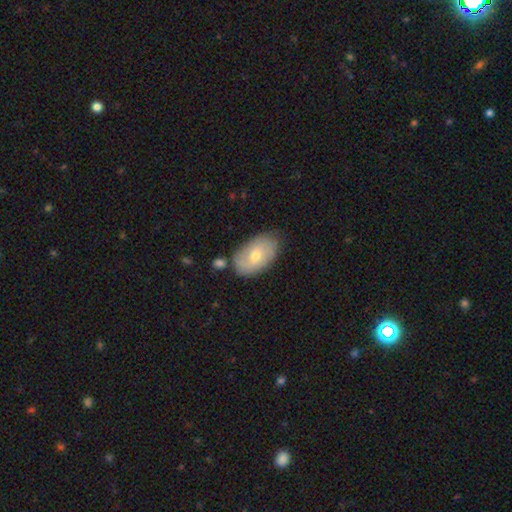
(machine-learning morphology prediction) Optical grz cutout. It shows a smooth galaxy with no disk features (60%) that is in between round and cigar-shaped (92%). Merging: none (71%).